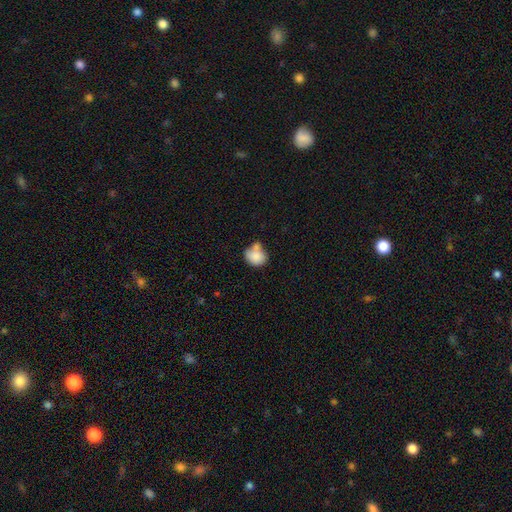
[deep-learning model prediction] This appears to be a smooth galaxy with no disk features (81%) that is round (61%). Merging: none (37%).